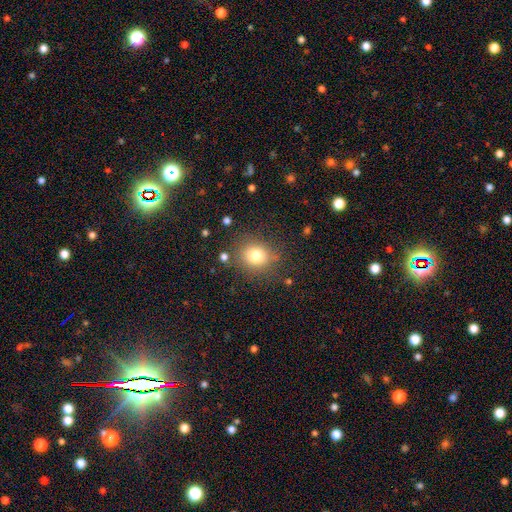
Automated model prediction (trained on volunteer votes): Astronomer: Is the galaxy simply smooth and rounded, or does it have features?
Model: smooth — 76%.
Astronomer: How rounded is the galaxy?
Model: round — 76%.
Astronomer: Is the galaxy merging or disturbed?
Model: none — 81%.